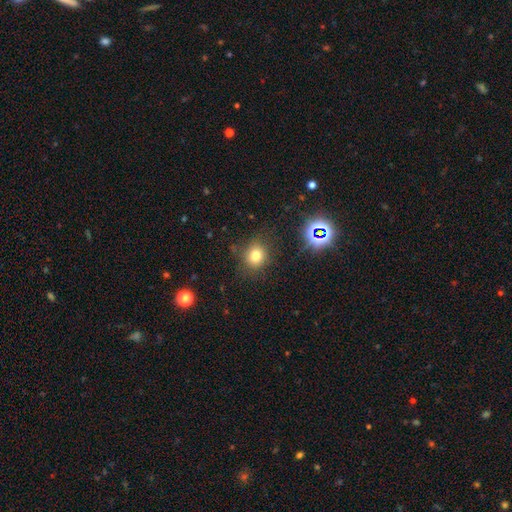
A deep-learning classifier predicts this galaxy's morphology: Q: Smooth or featured?
A: smooth (74%); runner-up: star or artifact (18%)
Q: How rounded?
A: round (77%); runner-up: in between (22%)
Q: Merging?
A: none (82%); runner-up: minor disturbance (11%)